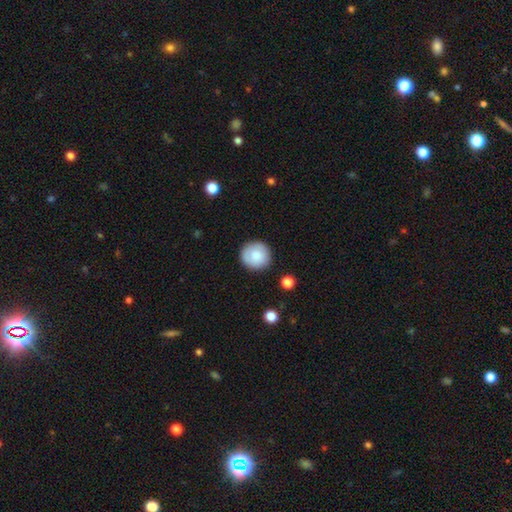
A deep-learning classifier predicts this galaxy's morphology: Smooth or featured? smooth (84%)
How rounded? round (94%)
Merging? none (88%)